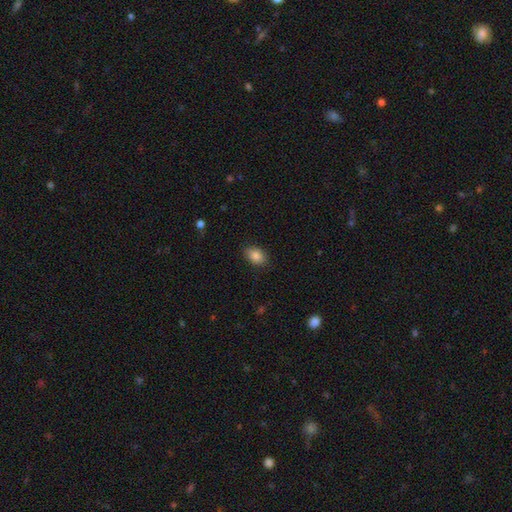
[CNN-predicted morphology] A smooth galaxy with no disk features (86%) that is in between round and cigar-shaped (82%). Merging: none (87%).